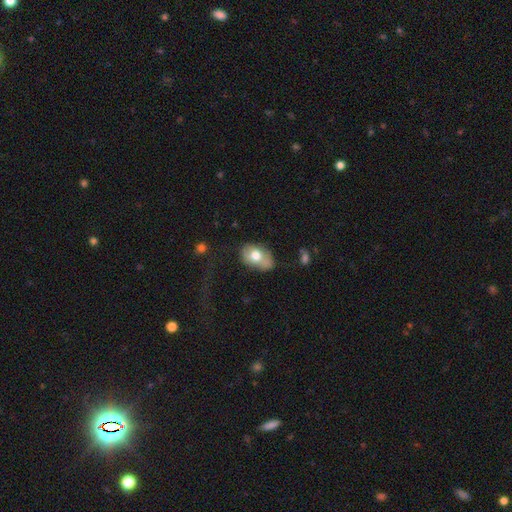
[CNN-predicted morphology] This is likely a smooth galaxy (68%). How rounded: likely in between (78%). Merging: possibly none (49%).